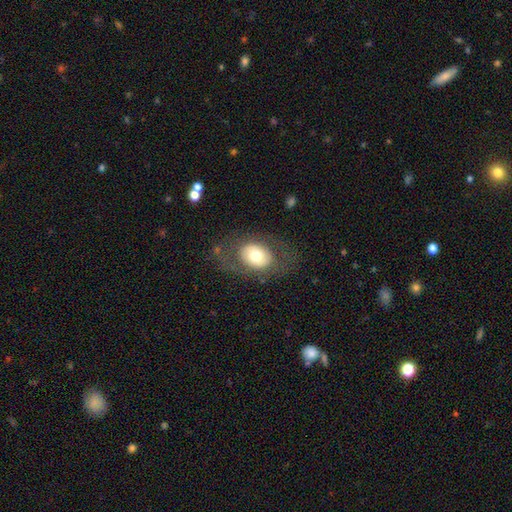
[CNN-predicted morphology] Smooth or featured? Predicted: smooth (p=0.62). How rounded? Predicted: in between (p=0.74). Merging? Predicted: none (p=0.71).